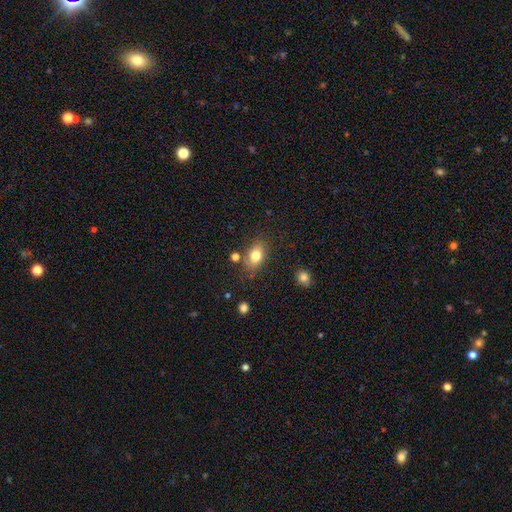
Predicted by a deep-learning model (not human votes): This is likely a smooth galaxy (78%). How rounded: clearly in between (80%). Merging: likely none (73%).